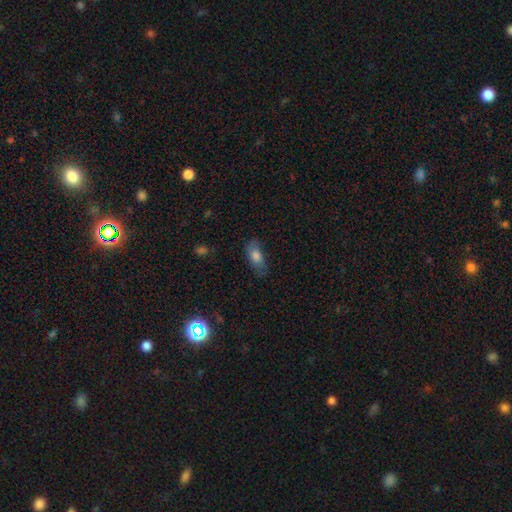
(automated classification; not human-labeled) smooth_or_featured: smooth (p=0.74) [alt: featured or disk p=0.18]
how_rounded: in between (p=0.83) [alt: cigar-shaped p=0.12]
merging: none (p=0.67) [alt: minor disturbance p=0.23]